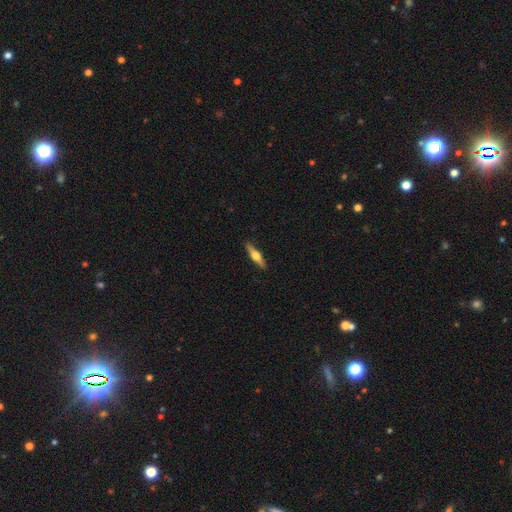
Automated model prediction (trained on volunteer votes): Smooth or featured? Predicted: featured or disk (p=0.68). Edge-on disk? Predicted: yes (p=0.97). Edge-on bulge? Predicted: rounded (p=0.94). Merging? Predicted: none (p=0.90).